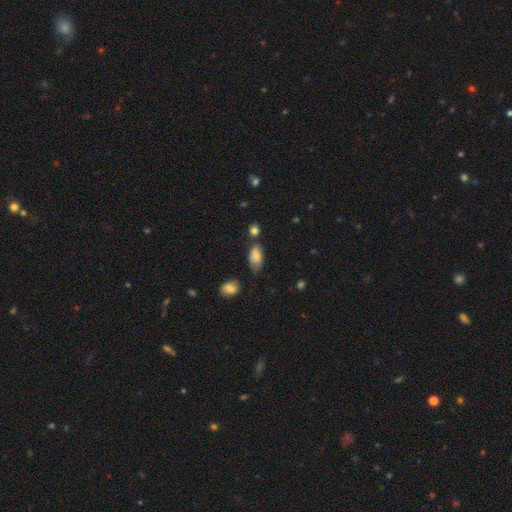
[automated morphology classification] This appears to be a smooth galaxy with no disk features (78%) that is in between round and cigar-shaped (91%). Merging: none (50%).